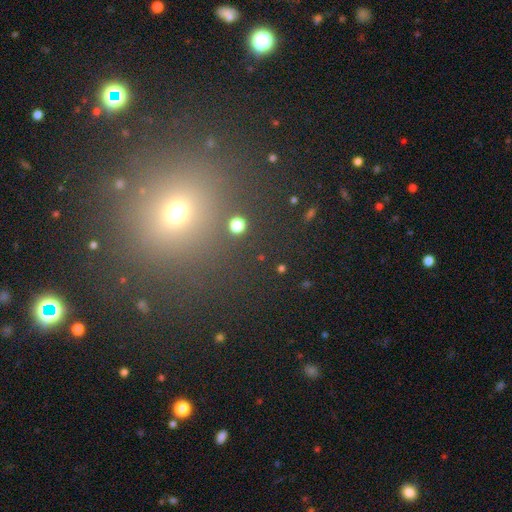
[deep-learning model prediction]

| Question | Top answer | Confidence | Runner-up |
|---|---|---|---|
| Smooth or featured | smooth | 51% | star or artifact (40%) |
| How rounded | round | 89% | in between (9%) |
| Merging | none | 88% | minor disturbance (6%) |